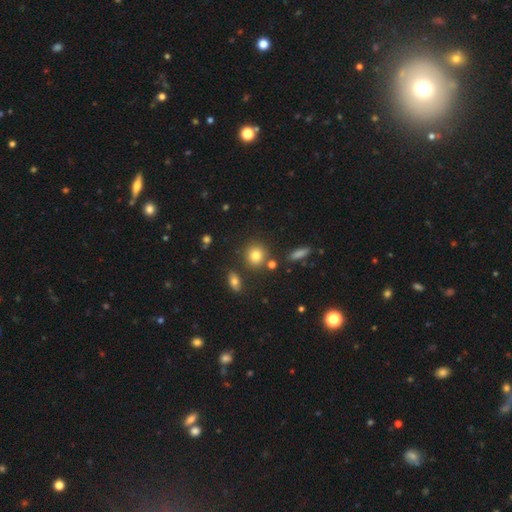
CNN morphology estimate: This appears to be a smooth galaxy with no disk features (80%) that is round (82%). Merging: none (80%).